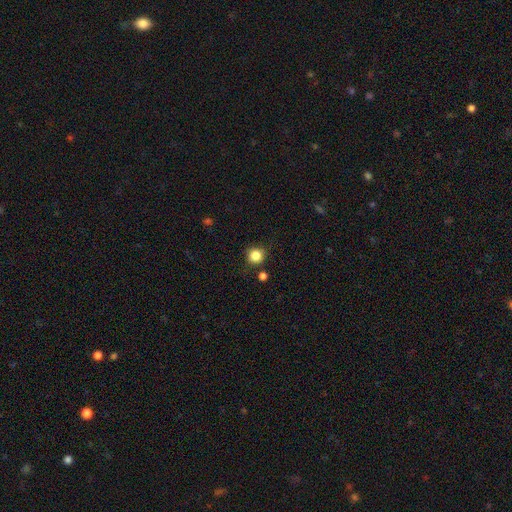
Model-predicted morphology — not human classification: type=smooth (85%); roundness=round (93%); merging=none (84%).